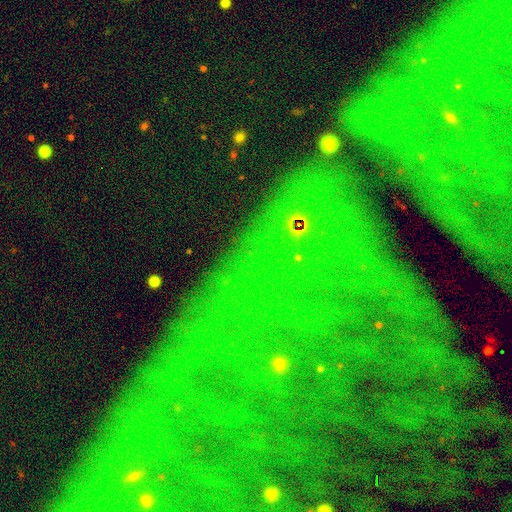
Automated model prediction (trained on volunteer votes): smooth_or_featured: star or artifact (p=0.80) [alt: featured or disk p=0.10]